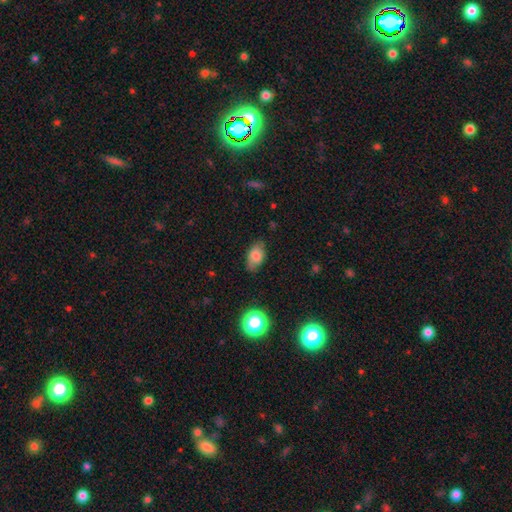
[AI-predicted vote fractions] This appears to be a smooth galaxy with no disk features (79%) that is in between round and cigar-shaped (89%). Merging: none (76%).